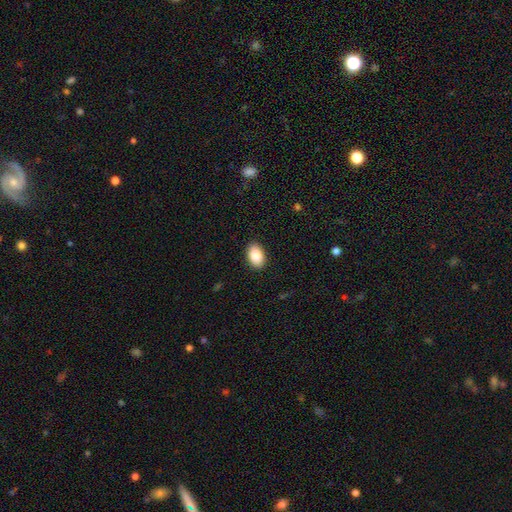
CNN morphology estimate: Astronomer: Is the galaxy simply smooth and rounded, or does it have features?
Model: smooth — 88%.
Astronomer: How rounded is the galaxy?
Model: in between — 89%.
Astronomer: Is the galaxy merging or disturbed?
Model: none — 90%.